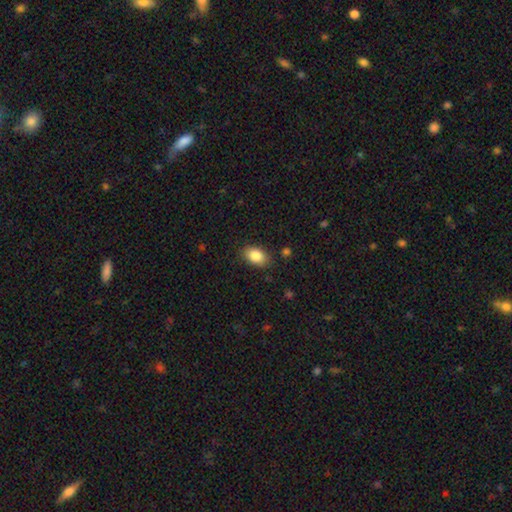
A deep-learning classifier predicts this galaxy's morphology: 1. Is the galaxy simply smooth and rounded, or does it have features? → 86% smooth, 8% star or artifact, 6% featured or disk.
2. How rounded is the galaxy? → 87% in between, 12% round, 1% cigar-shaped.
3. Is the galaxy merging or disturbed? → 84% none, 11% minor disturbance, 3% major disturbance, 1% merger.